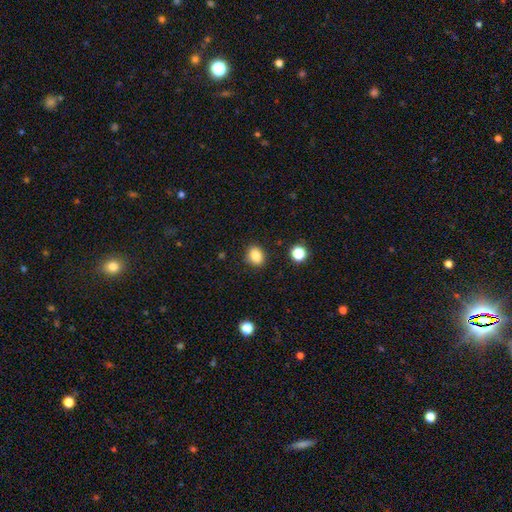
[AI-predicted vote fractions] This appears to be a smooth galaxy with no disk features (85%) that is round (56%). Merging: none (88%).